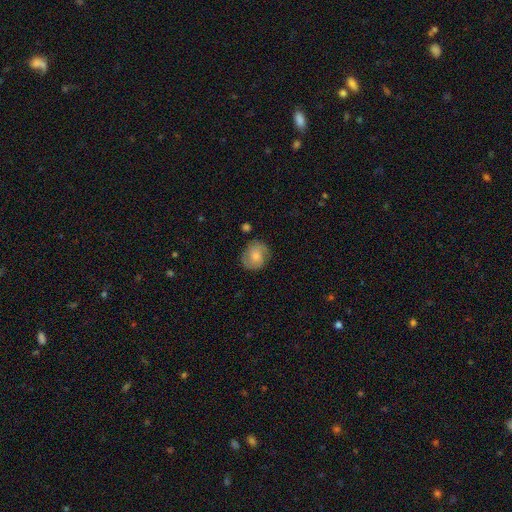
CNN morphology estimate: A featured or disk galaxy (47%).

Vote fractions:
- Smooth or featured? featured or disk: 47% / smooth: 45% / star or artifact: 8%
- Merging? none: 75% / minor disturbance: 17% / major disturbance: 5% / merger: 2%